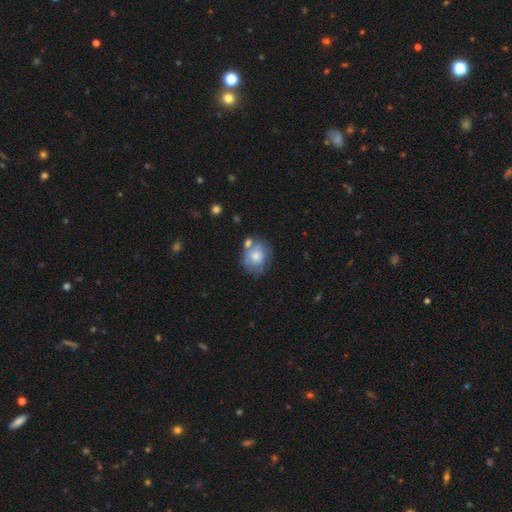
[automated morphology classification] Smooth or featured? Predicted: smooth (p=0.63). How rounded? Predicted: round (p=0.64). Merging? Predicted: none (p=0.49).